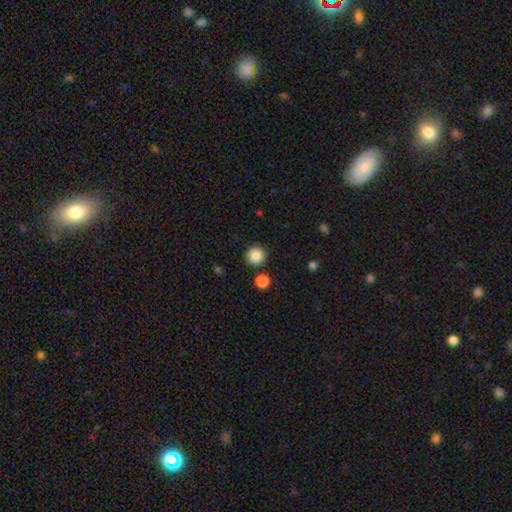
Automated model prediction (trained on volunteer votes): This is clearly a smooth galaxy (87%). How rounded: clearly round (95%). Merging: clearly none (88%).